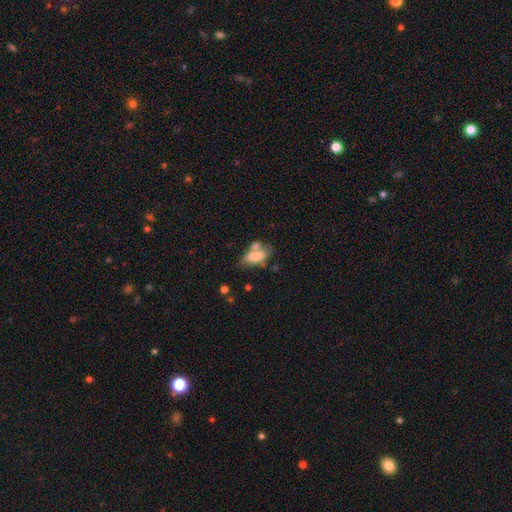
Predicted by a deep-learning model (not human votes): A smooth galaxy with no disk features (69%) that is in between round and cigar-shaped (86%). Merging: none (40%).